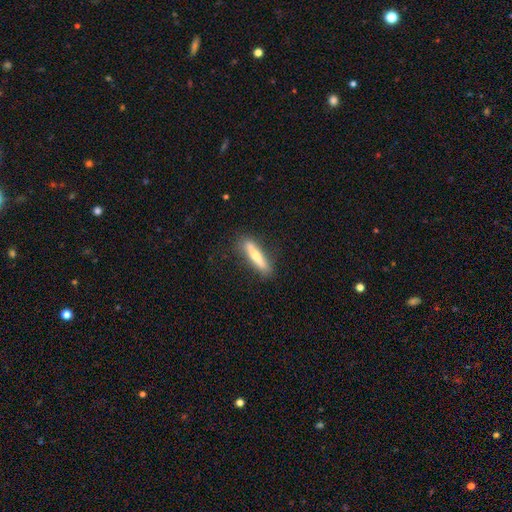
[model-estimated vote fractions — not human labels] Smooth or featured?
  - smooth: 53% *
  - featured or disk: 41%
  - star or artifact: 6%
How rounded?
  - cigar-shaped: 87% *
  - in between: 11%
  - round: 2%
Merging?
  - none: 84% *
  - minor disturbance: 11%
  - major disturbance: 3%
  - merger: 1%